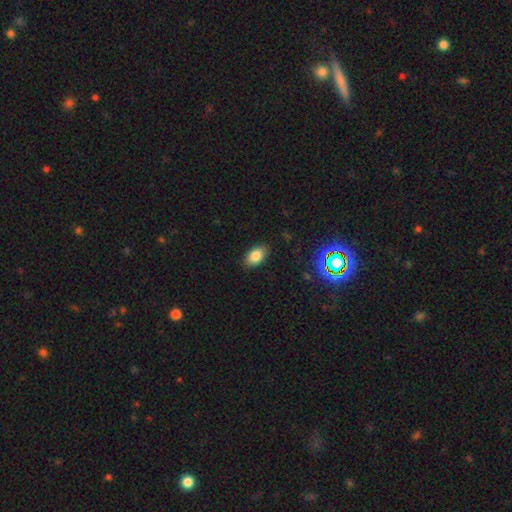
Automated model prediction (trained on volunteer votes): A smooth galaxy with no disk features (83%) that is in between round and cigar-shaped (92%).

Vote fractions:
- Smooth or featured? smooth: 83% / star or artifact: 10% / featured or disk: 8%
- How rounded? in between: 92% / round: 6% / cigar-shaped: 2%
- Merging? none: 87% / minor disturbance: 10% / major disturbance: 2% / merger: 1%